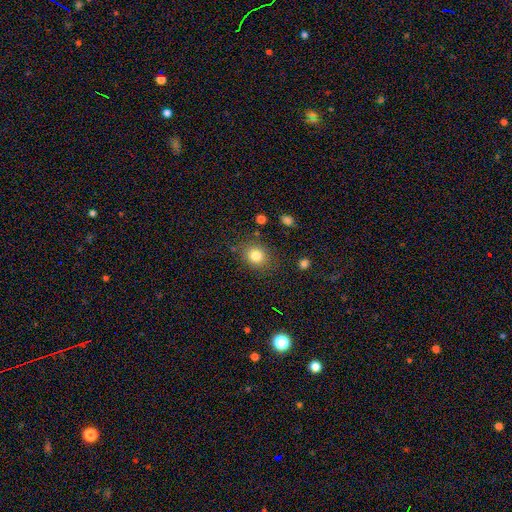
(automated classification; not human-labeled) smooth-or-featured: smooth: 81% | star or artifact: 11% | featured or disk: 7%
  how-rounded: round: 64% | in between: 35% | cigar-shaped: 1%
  merging: none: 80% | minor disturbance: 13% | major disturbance: 4% | merger: 3%